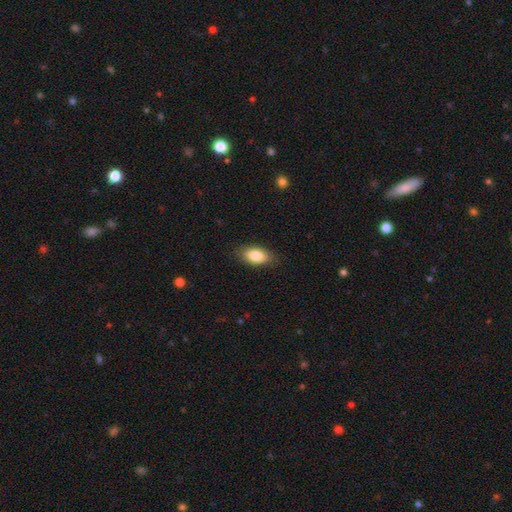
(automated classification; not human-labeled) A smooth galaxy with no disk features (84%) that is in between round and cigar-shaped (90%).

Vote fractions:
- Smooth or featured? smooth: 84% / featured or disk: 9% / star or artifact: 7%
- How rounded? in between: 90% / round: 5% / cigar-shaped: 4%
- Merging? none: 84% / minor disturbance: 12% / major disturbance: 3% / merger: 1%